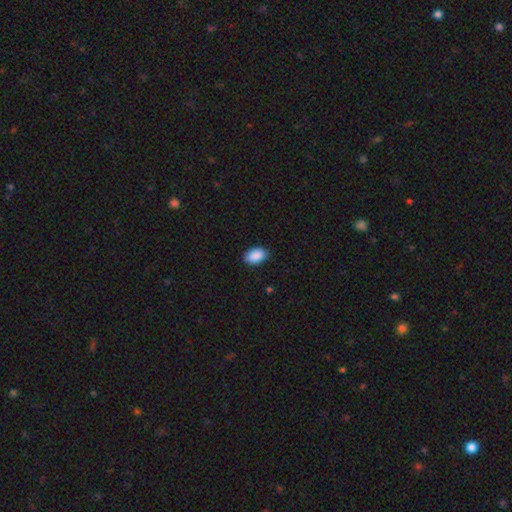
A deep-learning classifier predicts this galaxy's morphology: This is clearly a smooth galaxy (90%). How rounded: clearly in between (92%). Merging: clearly none (88%).